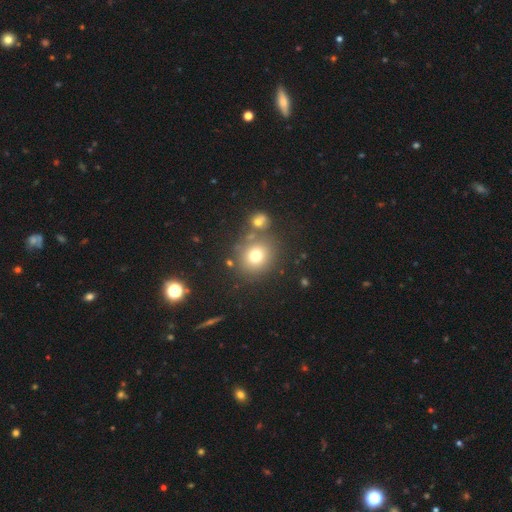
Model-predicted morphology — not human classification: This appears to be a smooth galaxy with no disk features (72%) that is round (84%). Merging: none (73%).